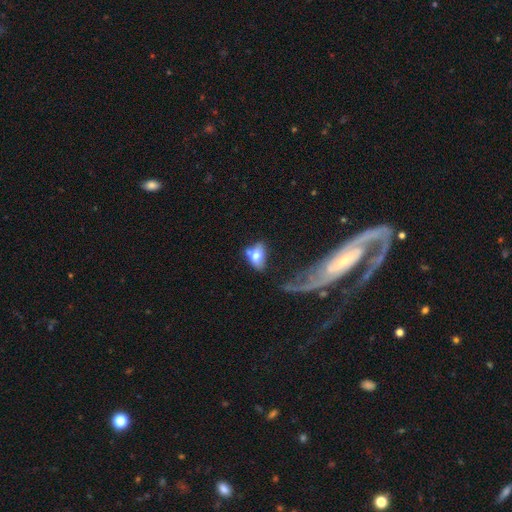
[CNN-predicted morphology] This appears to be a smooth galaxy with no disk features (65%) that is in between round and cigar-shaped (83%). Merging: none (36%).